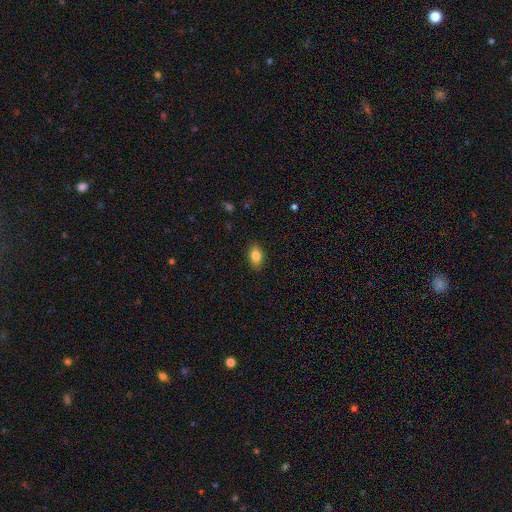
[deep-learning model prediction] Smooth or featured? Predicted: smooth (p=0.84). How rounded? Predicted: in between (p=0.87). Merging? Predicted: none (p=0.86).